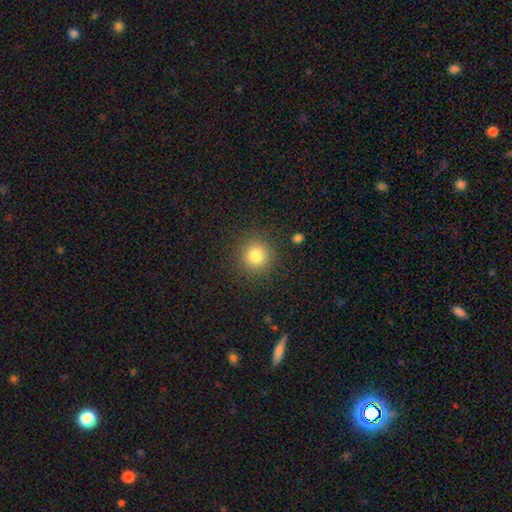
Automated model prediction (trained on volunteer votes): Smooth or featured: smooth — 82% (star or artifact — 12%)
How rounded: round — 93% (in between — 6%)
Merging: none — 88% (minor disturbance — 7%)